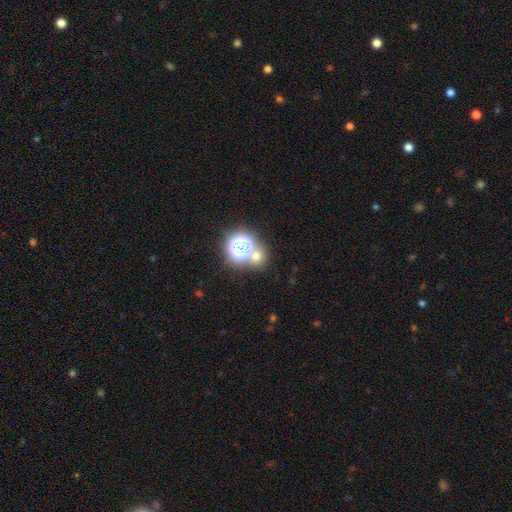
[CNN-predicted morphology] A smooth galaxy with no disk features (58%) that is round (84%). Merging: none (59%).